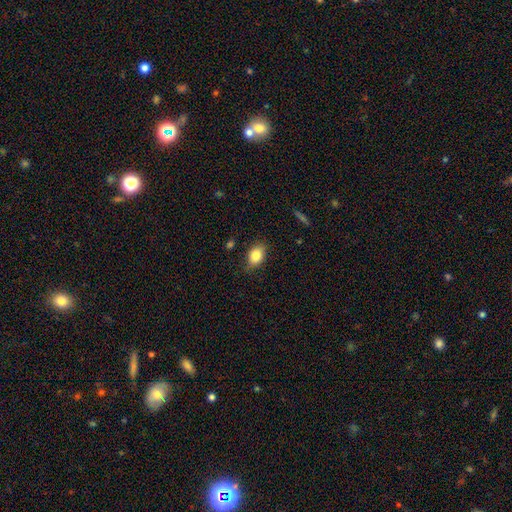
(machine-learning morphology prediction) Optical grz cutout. It shows a smooth galaxy with no disk features (82%) that is in between round and cigar-shaped (77%). Merging: none (77%).